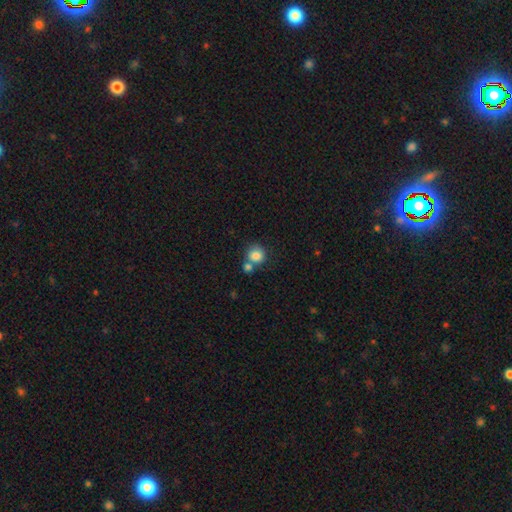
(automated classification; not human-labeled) A smooth galaxy with no disk features (84%) that is round (86%). Merging: none (54%).